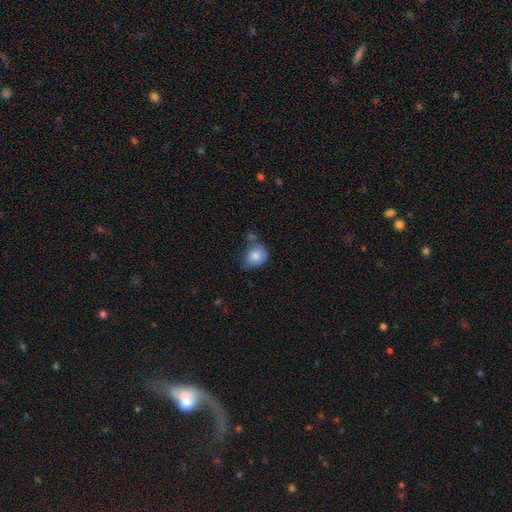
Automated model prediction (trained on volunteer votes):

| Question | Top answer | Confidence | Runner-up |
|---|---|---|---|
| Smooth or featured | smooth | 84% | star or artifact (8%) |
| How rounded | round | 51% | in between (48%) |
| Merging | none | 44% | minor disturbance (33%) |